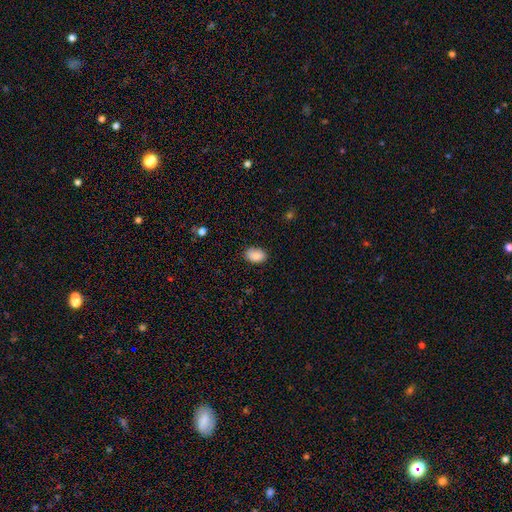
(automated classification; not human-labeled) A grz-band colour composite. It shows a smooth galaxy with no disk features (87%) that is in between round and cigar-shaped (86%). Merging: none (80%).